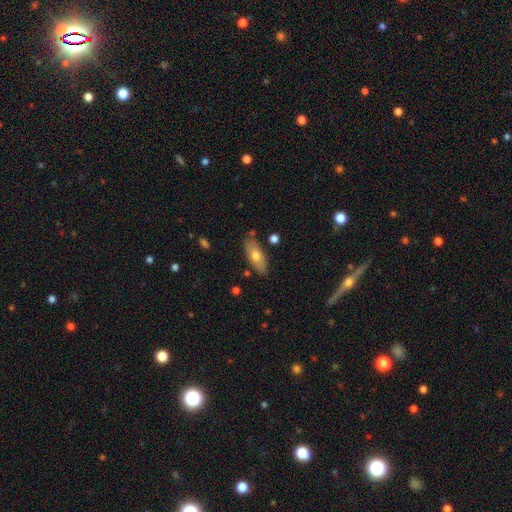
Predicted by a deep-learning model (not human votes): smooth-or-featured: smooth: 68% | featured or disk: 26% | star or artifact: 6%
  how-rounded: in between: 79% | cigar-shaped: 19% | round: 3%
  merging: none: 80% | minor disturbance: 14% | merger: 4% | major disturbance: 3%